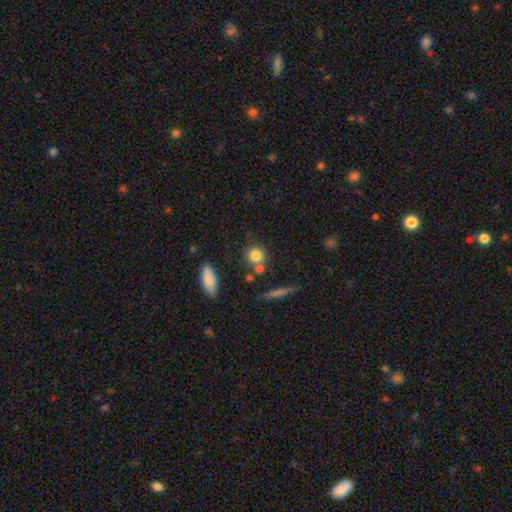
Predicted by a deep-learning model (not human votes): smooth-or-featured: smooth: 81% | star or artifact: 11% | featured or disk: 9%
  how-rounded: round: 83% | in between: 14% | cigar-shaped: 3%
  merging: none: 69% | merger: 16% | minor disturbance: 11% | major disturbance: 4%